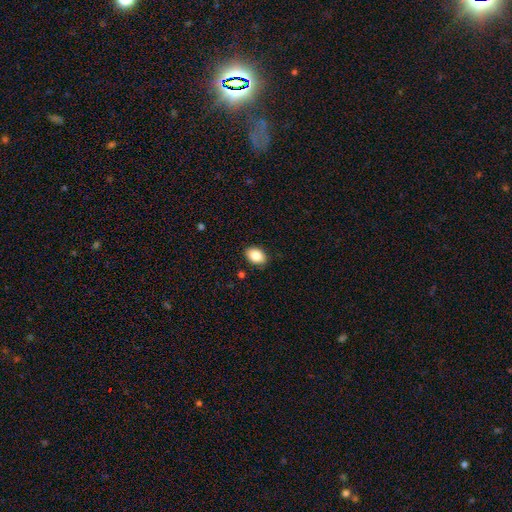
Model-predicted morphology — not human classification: This is clearly a smooth galaxy (85%). How rounded: clearly in between (81%). Merging: clearly none (87%).